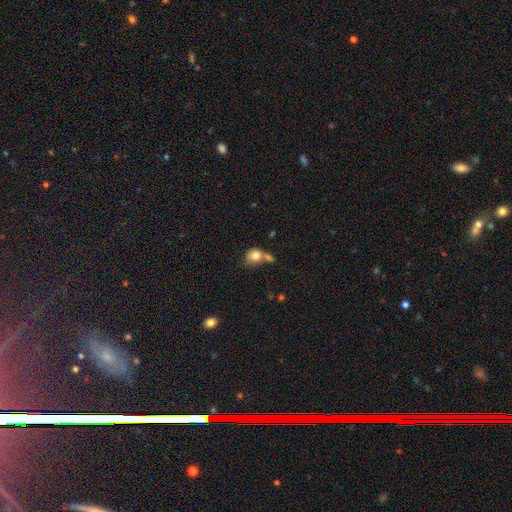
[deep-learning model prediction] This is likely a smooth galaxy (79%). How rounded: likely round (63%). Merging: marginally merger (44%).